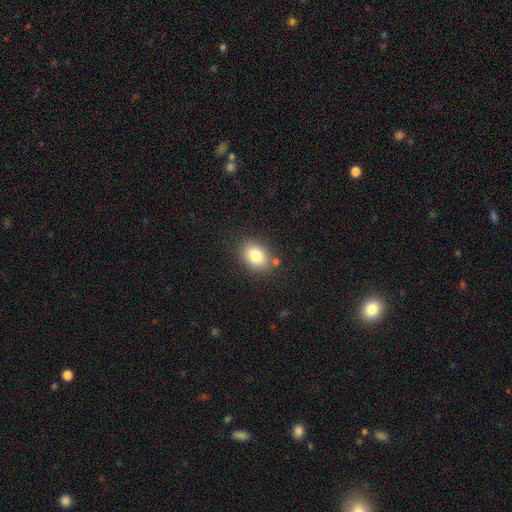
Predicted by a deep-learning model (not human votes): Smooth or featured: smooth — 82% (featured or disk — 9%)
How rounded: in between — 71% (round — 28%)
Merging: none — 80% (minor disturbance — 12%)